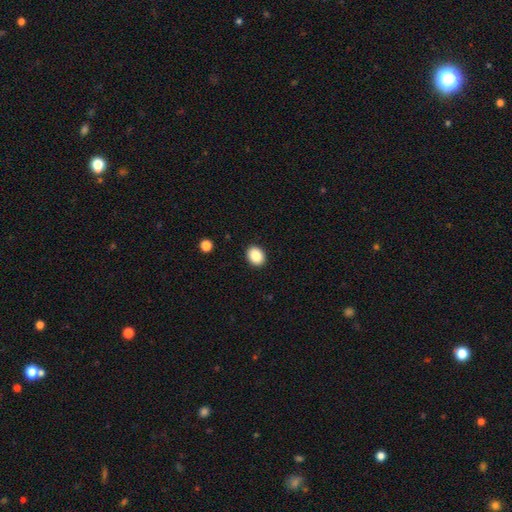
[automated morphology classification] This appears to be a smooth galaxy with no disk features (89%) that is in between round and cigar-shaped (62%). Merging: none (91%).